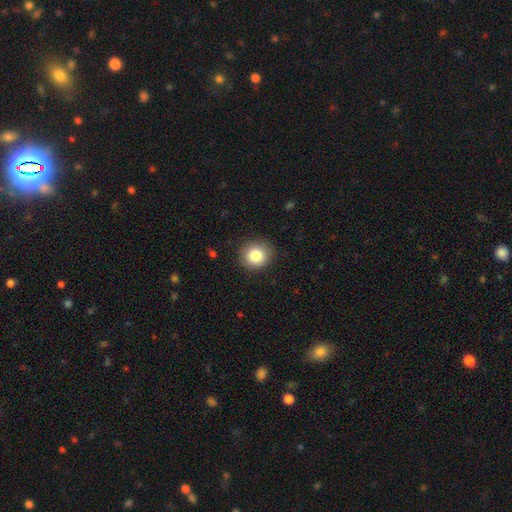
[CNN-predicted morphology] A smooth galaxy with no disk features (82%) that is round (88%).

Vote fractions:
- Smooth or featured? smooth: 82% / star or artifact: 10% / featured or disk: 8%
- How rounded? round: 88% / in between: 11% / cigar-shaped: 1%
- Merging? none: 89% / minor disturbance: 8% / major disturbance: 2% / merger: 1%